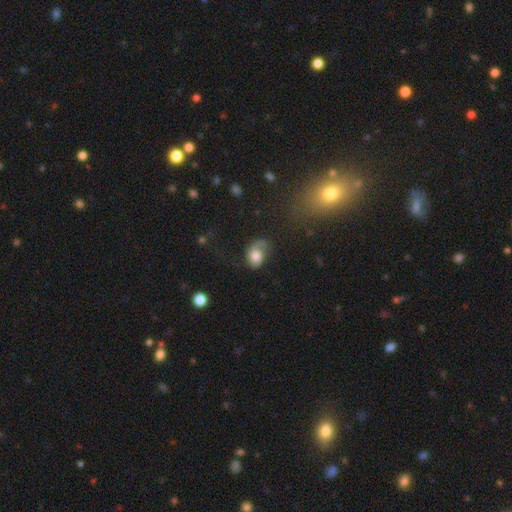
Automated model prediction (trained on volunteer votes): smooth 52%, featured or disk 39%, star or artifact 9%. Down the decision tree: how rounded — in between (66%); merging — none (43%).